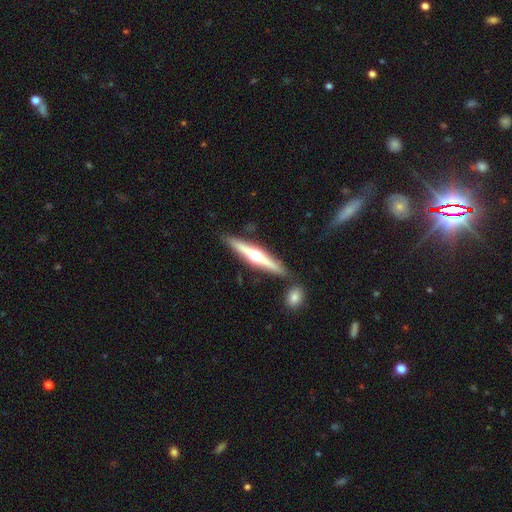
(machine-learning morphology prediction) Overall: featured or disk (71%). Edge-on disk: yes (97%). Edge-on bulge: rounded (93%). Merging: none (85%).